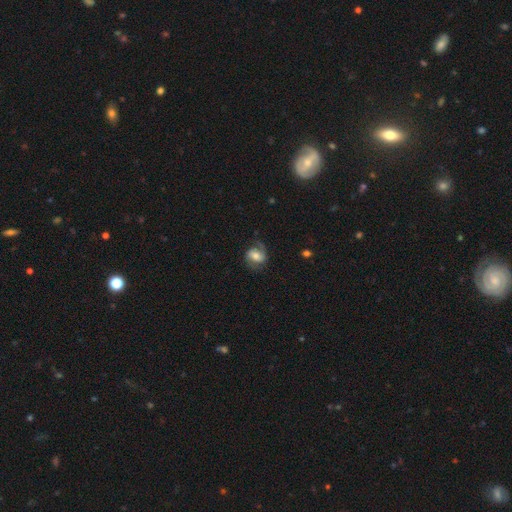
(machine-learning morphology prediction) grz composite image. It shows a featured or disk galaxy (65%) with a weak bar (42%), 2 (87%) medium (49%) spiral arms (90%) and a moderate central bulge (53%). Merging: none (69%).